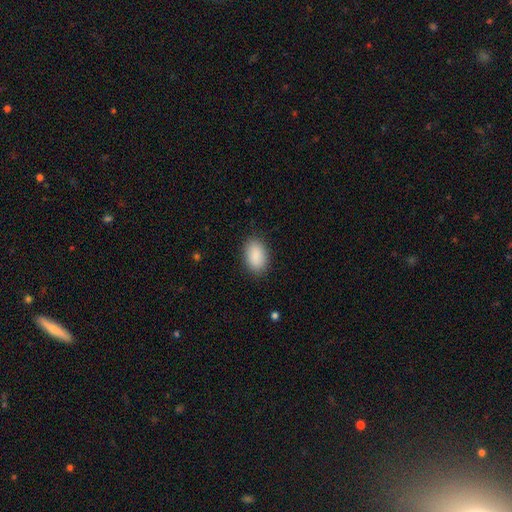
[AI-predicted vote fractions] Overall: smooth (90%). How rounded: in between (90%). Merging: none (87%).